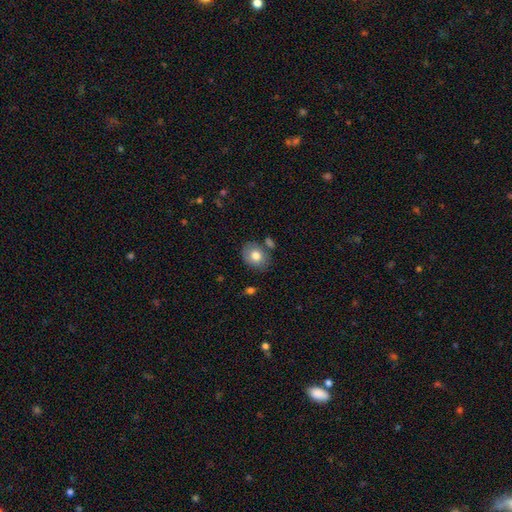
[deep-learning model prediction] Q: Smooth or featured?
A: smooth (76%); runner-up: featured or disk (17%)
Q: How rounded?
A: in between (57%); runner-up: round (42%)
Q: Merging?
A: none (72%); runner-up: minor disturbance (15%)